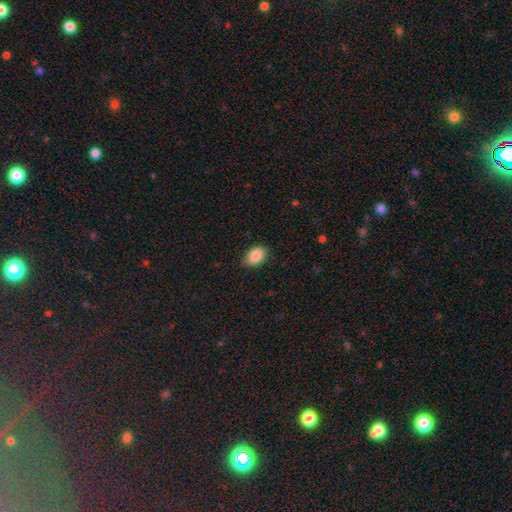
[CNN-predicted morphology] Smooth or featured? smooth (88%)
How rounded? in between (86%)
Merging? none (83%)